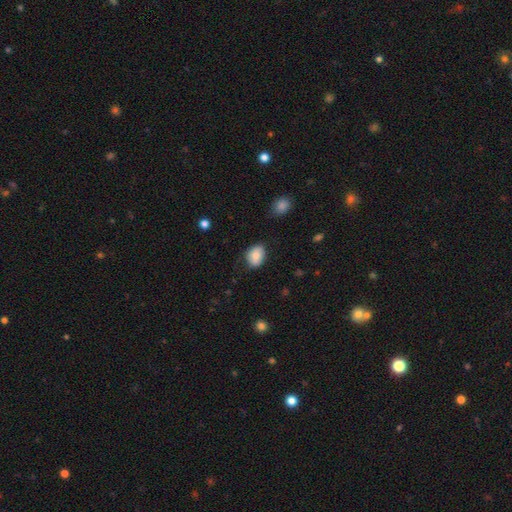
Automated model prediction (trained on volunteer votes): Overall: smooth (83%). How rounded: in between (69%; round 30%). Merging: none (76%).